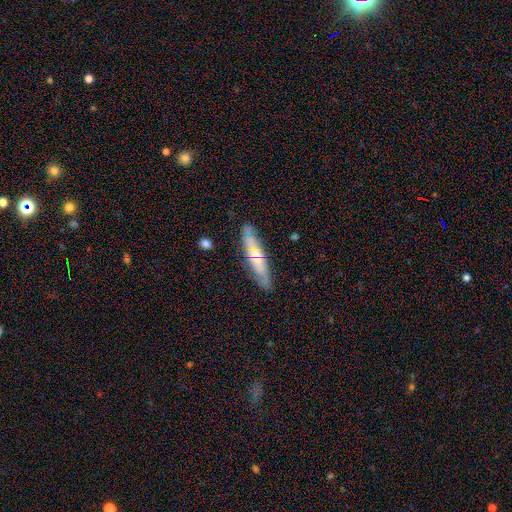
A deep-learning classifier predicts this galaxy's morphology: type=featured or disk (49%); merging=none (79%).